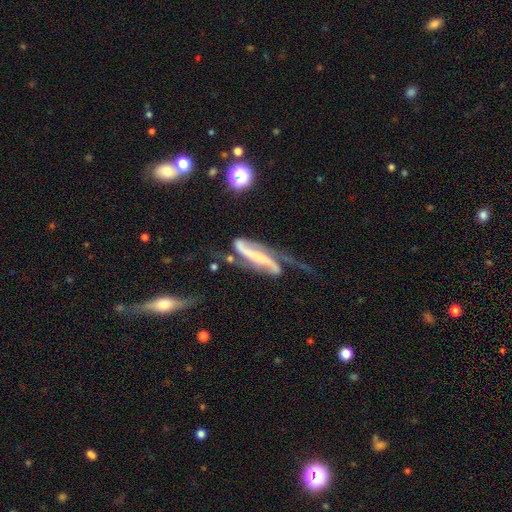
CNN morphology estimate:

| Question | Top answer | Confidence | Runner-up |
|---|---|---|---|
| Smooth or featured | featured or disk | 82% | smooth (11%) |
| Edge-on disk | no | 78% | yes (22%) |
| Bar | strong | 47% | weak (28%) |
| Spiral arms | yes | 93% | no (7%) |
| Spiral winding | loose | 56% | medium (31%) |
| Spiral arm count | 2 | 84% | 1 (7%) |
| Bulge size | small | 39% | none (35%) |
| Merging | none | 38% | major disturbance (29%) |